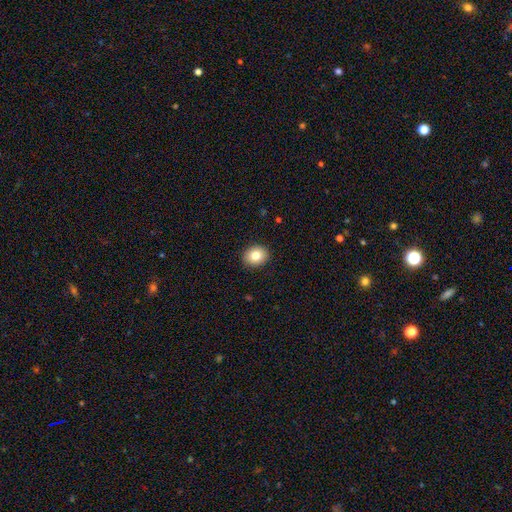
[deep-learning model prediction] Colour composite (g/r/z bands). It shows a smooth galaxy with no disk features (82%) that is round (64%). Merging: none (91%).